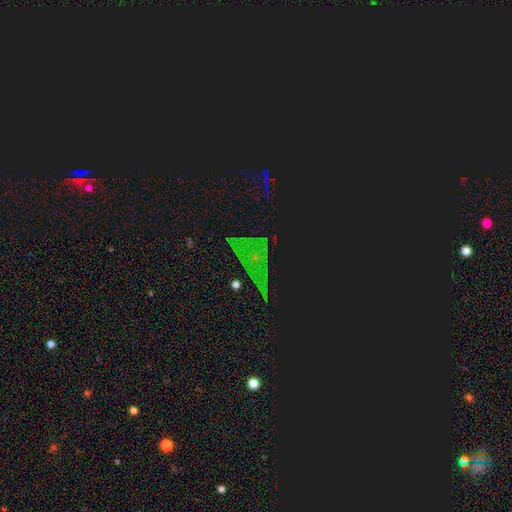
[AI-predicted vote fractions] smooth-or-featured: star or artifact: 71% | featured or disk: 15% | smooth: 14%